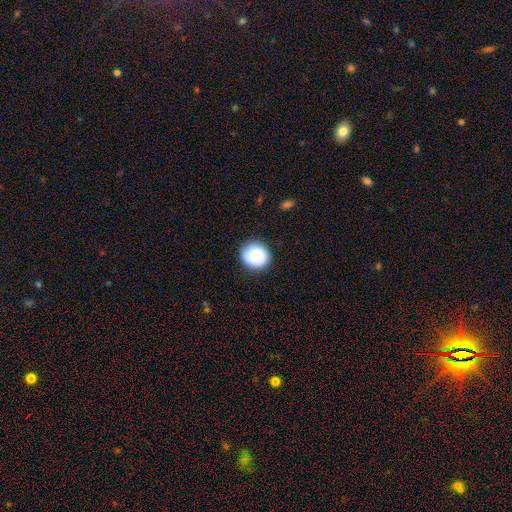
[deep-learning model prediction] Smooth or featured?
  - smooth: 81% *
  - featured or disk: 12%
  - star or artifact: 7%
How rounded?
  - round: 81% *
  - in between: 18%
  - cigar-shaped: 1%
Merging?
  - none: 87% *
  - minor disturbance: 10%
  - major disturbance: 2%
  - merger: 1%